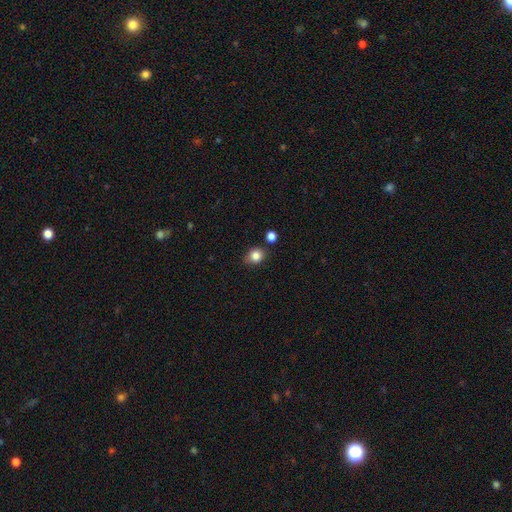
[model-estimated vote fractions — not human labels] This appears to be a smooth galaxy with no disk features (84%) that is round (68%). Merging: none (77%).